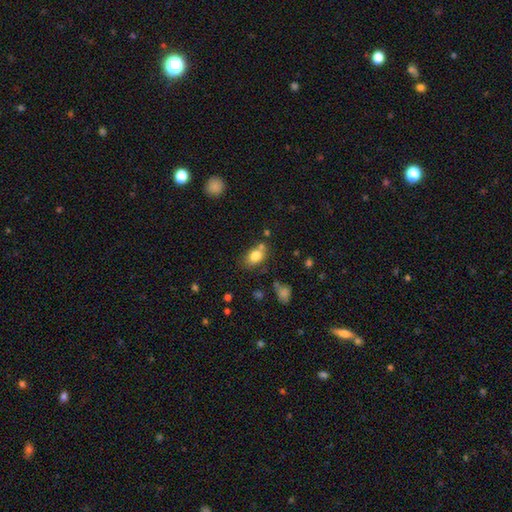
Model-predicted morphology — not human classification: Smooth or featured? Predicted: smooth (p=0.80). How rounded? Predicted: in between (p=0.76). Merging? Predicted: none (p=0.60).